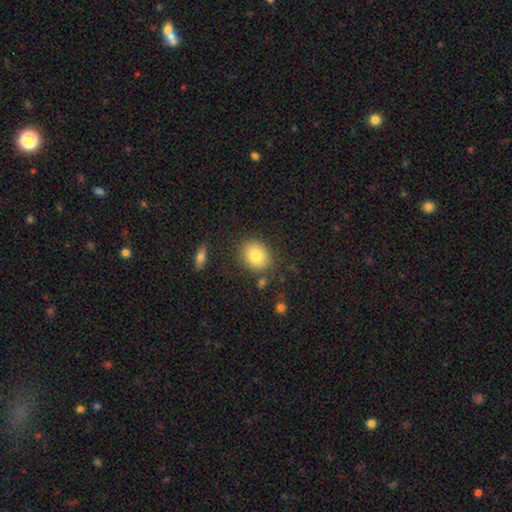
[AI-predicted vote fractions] A smooth galaxy with no disk features (81%) that is round (56%). Merging: none (82%).